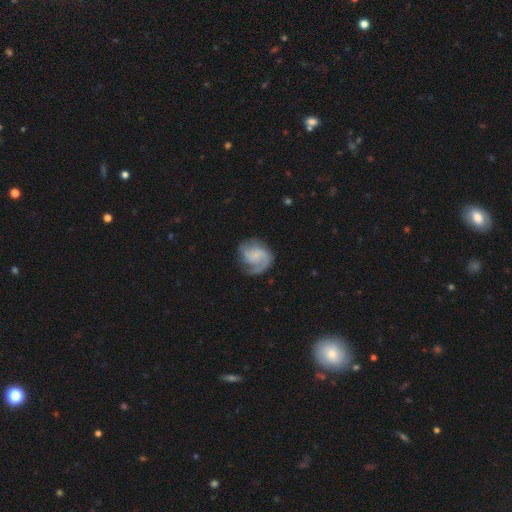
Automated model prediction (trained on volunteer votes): This is likely a featured or disk galaxy (73%). It is clearly not viewed edge-on (98%). Bar: likely no (64%). Spiral arm pattern: clearly yes (94%). Spiral arm count: possibly 2 (46%). Spiral winding: marginally medium (45%). Central bulge: possibly none (47%). Merging: likely none (62%).